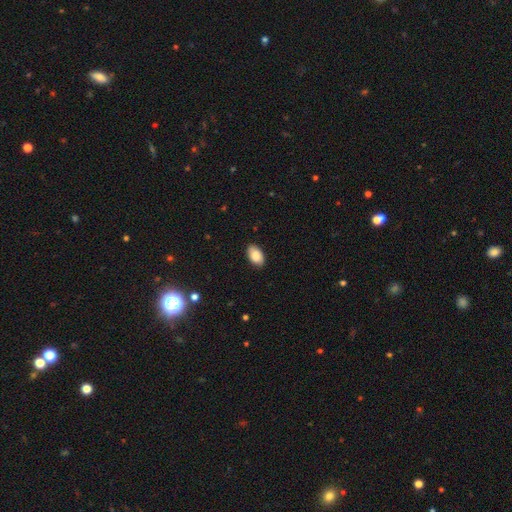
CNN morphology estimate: A smooth galaxy with no disk features (87%) that is in between round and cigar-shaped (94%). Merging: none (86%).